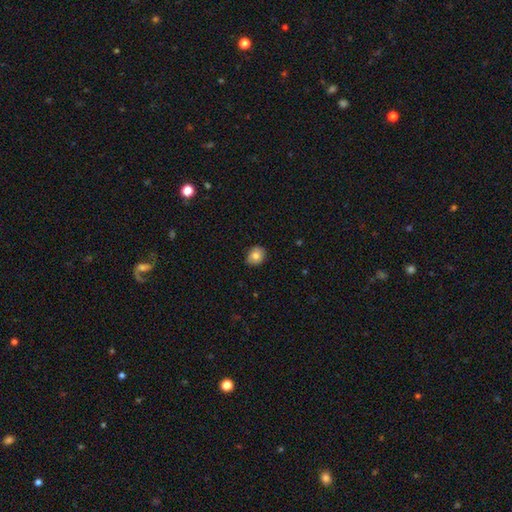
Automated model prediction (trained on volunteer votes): The model was most divided on "how rounded": round: 56%, in between: 43%, cigar-shaped: 1%. More confident: merging — none (82%); smooth or featured — smooth (77%).